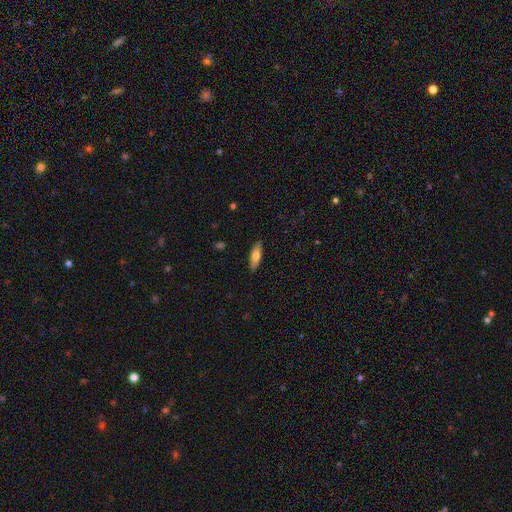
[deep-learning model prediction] Morphology: type=smooth (70%); roundness=cigar-shaped (53%); merging=none (88%).